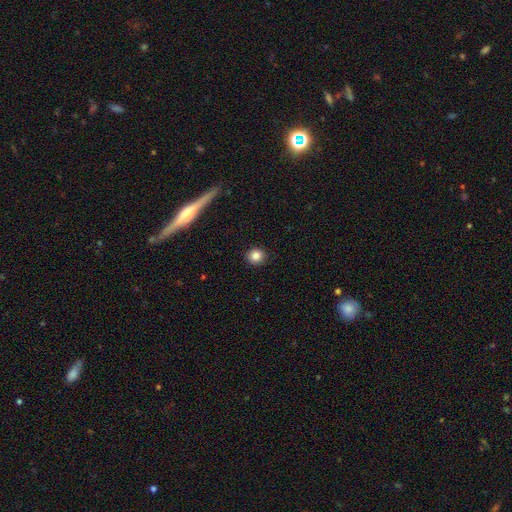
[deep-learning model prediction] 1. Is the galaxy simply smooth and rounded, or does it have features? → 84% smooth, 10% star or artifact, 6% featured or disk.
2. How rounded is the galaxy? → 89% round, 10% in between, 1% cigar-shaped.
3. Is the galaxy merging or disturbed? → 92% none, 6% minor disturbance, 2% major disturbance, 1% merger.